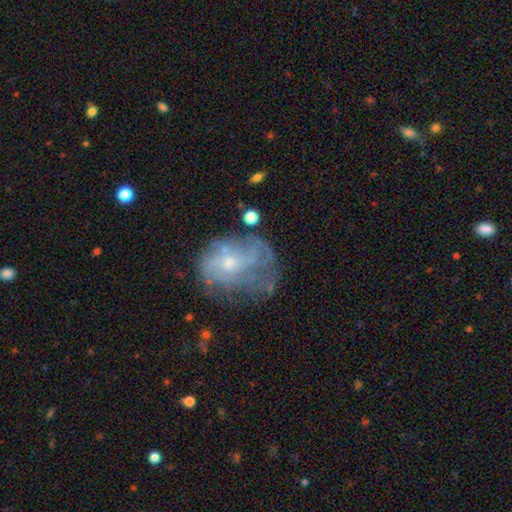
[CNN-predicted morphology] featured or disk 61%, smooth 27%, star or artifact 12%. Down the decision tree: edge-on disk — no (97%); bar — no (77%); spiral arms — yes (53%); bulge size — small (58%); merging — none (42%).